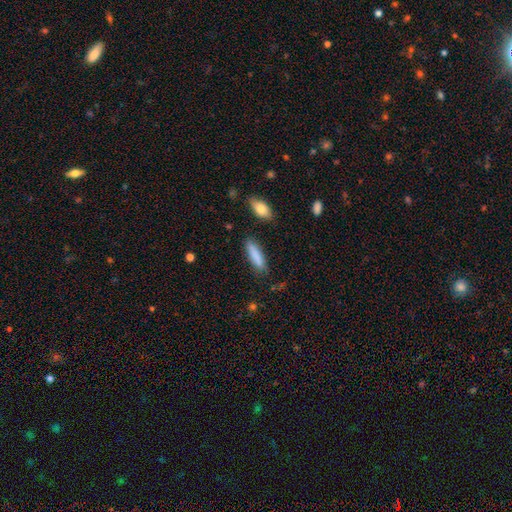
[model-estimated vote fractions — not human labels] Q: Smooth or featured?
A: smooth (86%); runner-up: featured or disk (8%)
Q: How rounded?
A: cigar-shaped (69%); runner-up: in between (30%)
Q: Merging?
A: none (83%); runner-up: minor disturbance (11%)